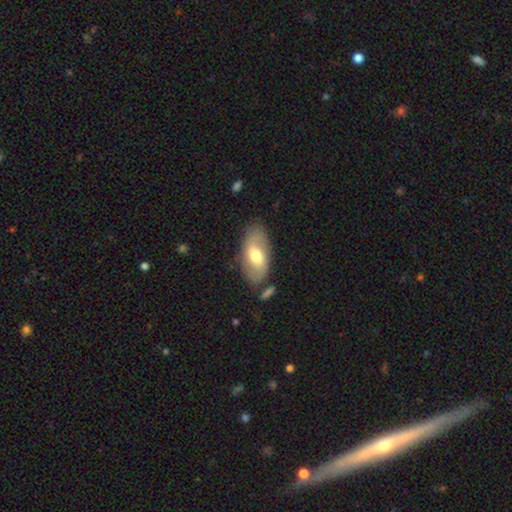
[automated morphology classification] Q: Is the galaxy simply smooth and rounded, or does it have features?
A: smooth — 54%.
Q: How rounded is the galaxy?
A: in between — 92%.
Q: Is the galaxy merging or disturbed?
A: none — 74%.